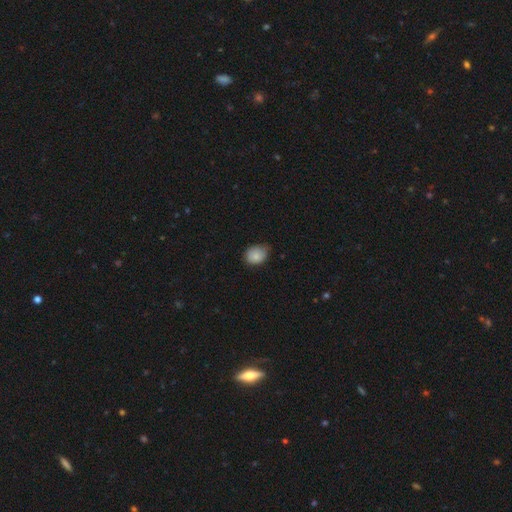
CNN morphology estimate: This appears to be a smooth galaxy with no disk features (81%) that is in between round and cigar-shaped (52%). Merging: none (57%).